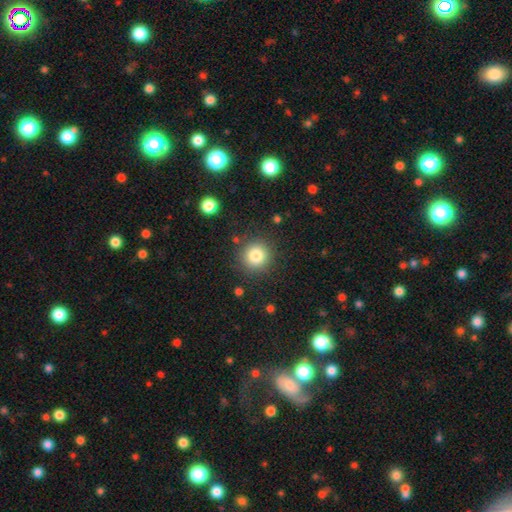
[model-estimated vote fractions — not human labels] smooth 81%, star or artifact 11%, featured or disk 7%. Down the decision tree: how rounded — round (94%); merging — none (88%).